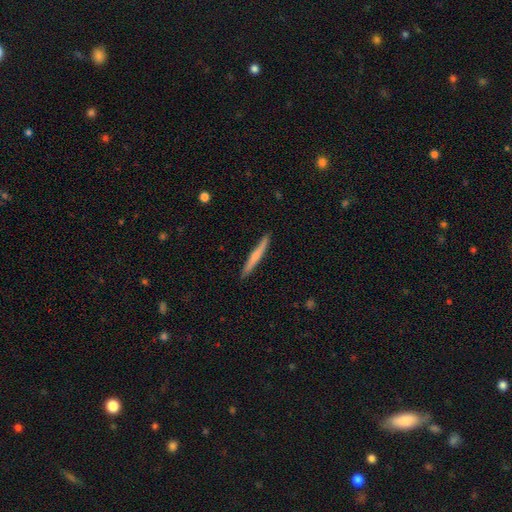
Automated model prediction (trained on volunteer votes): Q: Smooth or featured?
A: smooth (59%); runner-up: featured or disk (36%)
Q: How rounded?
A: cigar-shaped (96%); runner-up: in between (2%)
Q: Merging?
A: none (90%); runner-up: minor disturbance (7%)